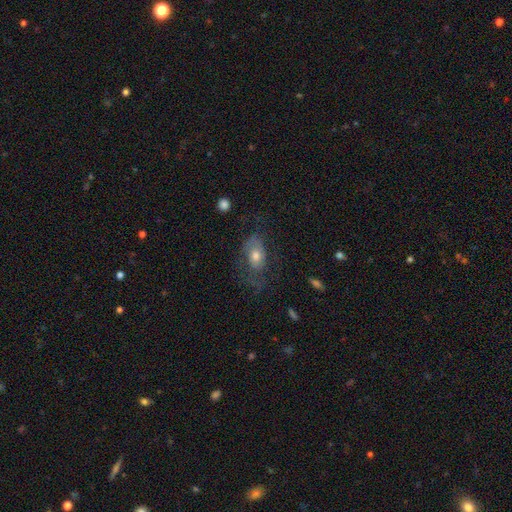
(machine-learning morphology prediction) This appears to be a smooth galaxy with no disk features (49%). Merging: none (49%).